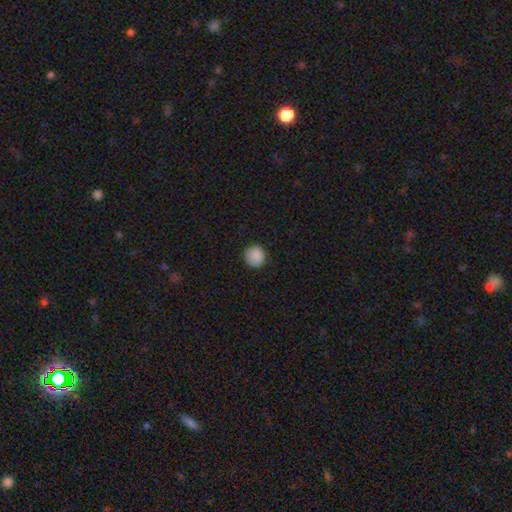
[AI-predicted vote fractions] Morphology: type=smooth (88%); roundness=round (92%); merging=none (88%).